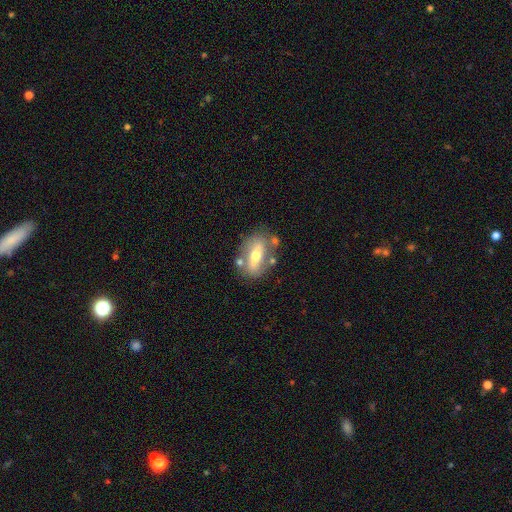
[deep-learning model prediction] featured or disk 50%, smooth 43%, star or artifact 8%. Down the decision tree: merging — none (69%).